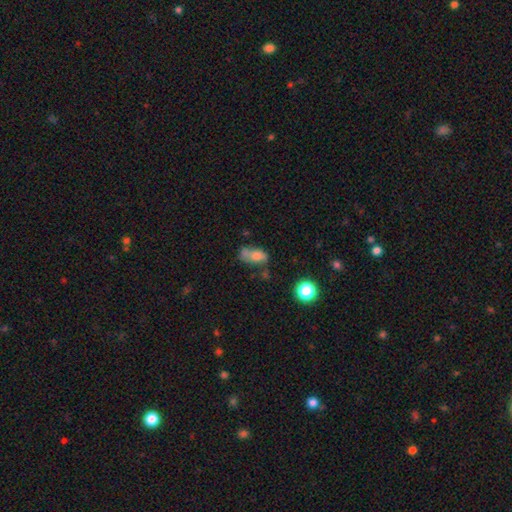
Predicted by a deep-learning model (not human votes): The model was most divided on "merging" (2-way tie): merger: 34%, none: 34%, minor disturbance: 20%, major disturbance: 12%. More confident: how rounded — in between (81%); smooth or featured — smooth (67%).